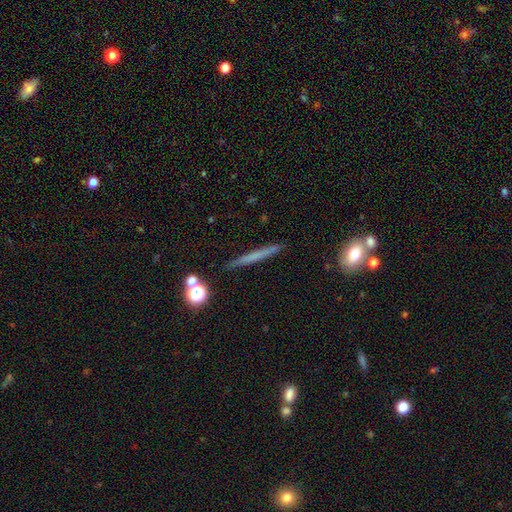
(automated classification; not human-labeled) Smooth or featured?
  - smooth: 53% *
  - featured or disk: 38%
  - star or artifact: 9%
How rounded?
  - cigar-shaped: 94% *
  - round: 3%
  - in between: 3%
Merging?
  - none: 89% *
  - minor disturbance: 7%
  - merger: 2%
  - major disturbance: 2%